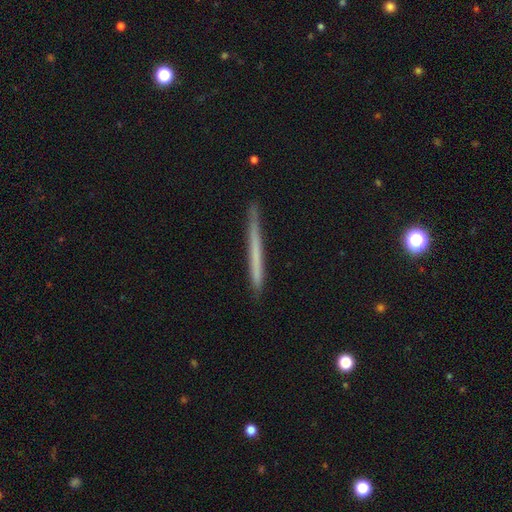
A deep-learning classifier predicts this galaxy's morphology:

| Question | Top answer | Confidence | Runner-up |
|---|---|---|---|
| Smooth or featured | smooth | 54% | featured or disk (39%) |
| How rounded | cigar-shaped | 97% | in between (1%) |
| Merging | none | 88% | minor disturbance (10%) |